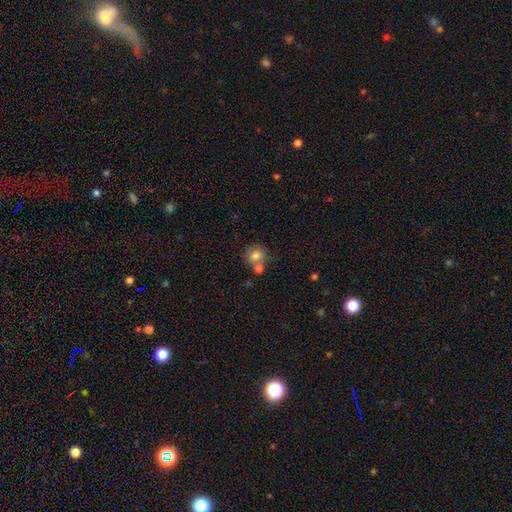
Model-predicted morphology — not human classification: smooth_or_featured: smooth (p=0.79) [alt: featured or disk p=0.11]
how_rounded: round (p=0.86) [alt: in between p=0.13]
merging: none (p=0.54) [alt: merger p=0.32]